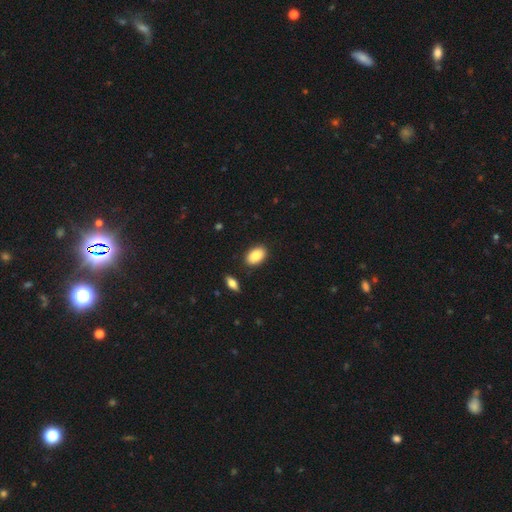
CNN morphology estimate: Smooth or featured? Predicted: smooth (p=0.87). How rounded? Predicted: in between (p=0.91). Merging? Predicted: none (p=0.87).